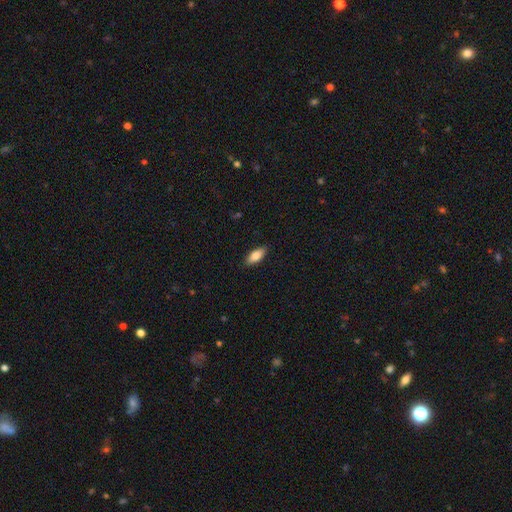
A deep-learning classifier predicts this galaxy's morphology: This appears to be a smooth galaxy with no disk features (83%) that is in between round and cigar-shaped (81%). Merging: none (88%).